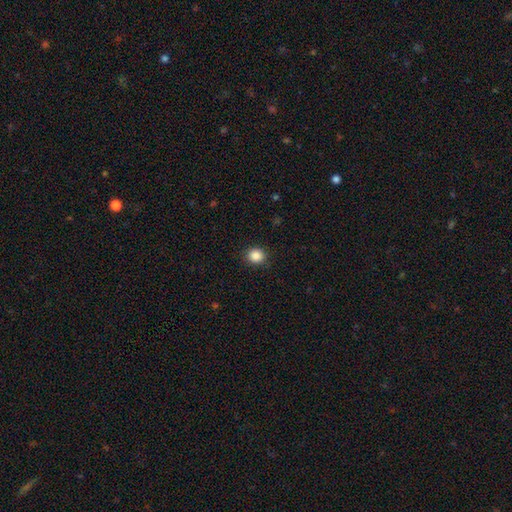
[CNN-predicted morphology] Smooth or featured: smooth — 87% (star or artifact — 10%)
How rounded: round — 84% (in between — 16%)
Merging: none — 90% (minor disturbance — 7%)